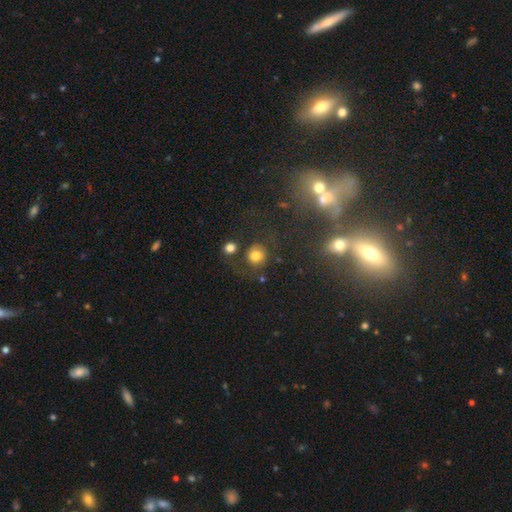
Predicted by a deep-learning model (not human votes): This appears to be a smooth galaxy with no disk features (76%) that is round (85%). Merging: none (70%).